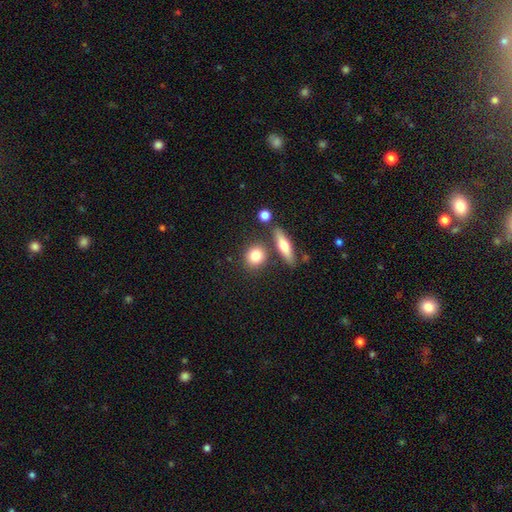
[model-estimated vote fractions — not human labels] A smooth galaxy with no disk features (80%) that is round (68%).

Vote fractions:
- Smooth or featured? smooth: 80% / featured or disk: 12% / star or artifact: 8%
- How rounded? round: 68% / in between: 26% / cigar-shaped: 6%
- Merging? none: 74% / merger: 12% / minor disturbance: 10% / major disturbance: 3%